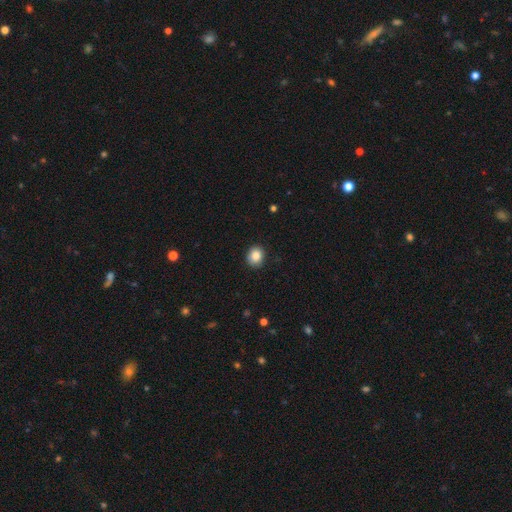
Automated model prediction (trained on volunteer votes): smooth_or_featured: smooth (p=0.86) [alt: star or artifact p=0.09]
how_rounded: round (p=0.72) [alt: in between p=0.27]
merging: none (p=0.89) [alt: minor disturbance p=0.08]